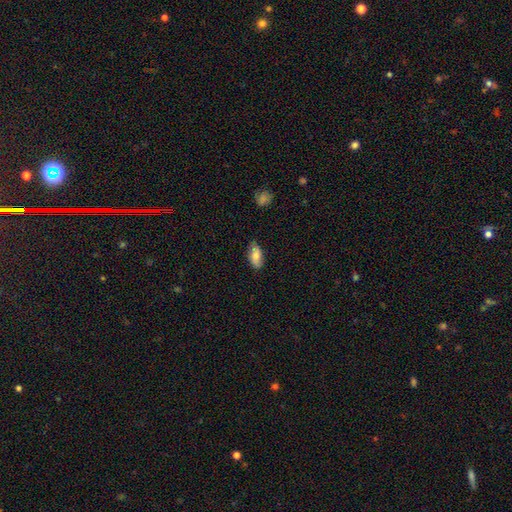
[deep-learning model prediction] Smooth or featured?
  - smooth: 77% *
  - featured or disk: 17%
  - star or artifact: 7%
How rounded?
  - in between: 88% *
  - cigar-shaped: 9%
  - round: 3%
Merging?
  - none: 75% *
  - minor disturbance: 20%
  - major disturbance: 3%
  - merger: 2%